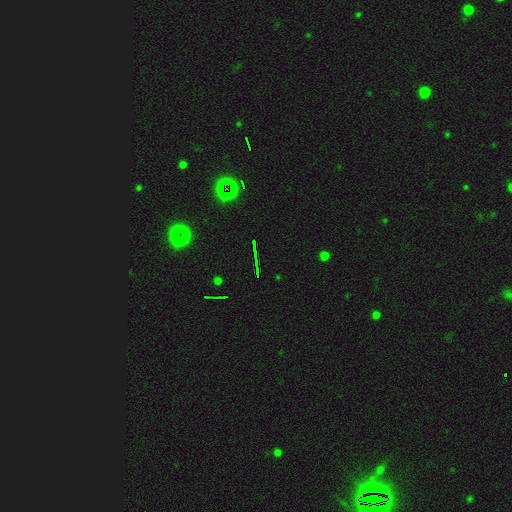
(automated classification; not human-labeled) smooth-or-featured: star or artifact: 75% | featured or disk: 12% | smooth: 12%